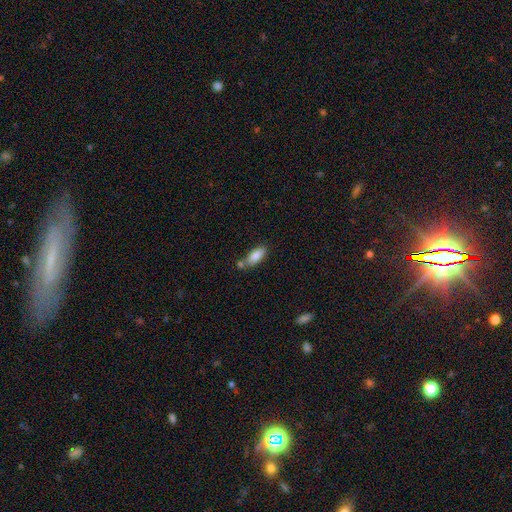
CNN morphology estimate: Q: Smooth or featured?
A: smooth (84%); runner-up: featured or disk (9%)
Q: How rounded?
A: in between (80%); runner-up: cigar-shaped (18%)
Q: Merging?
A: none (54%); runner-up: merger (25%)